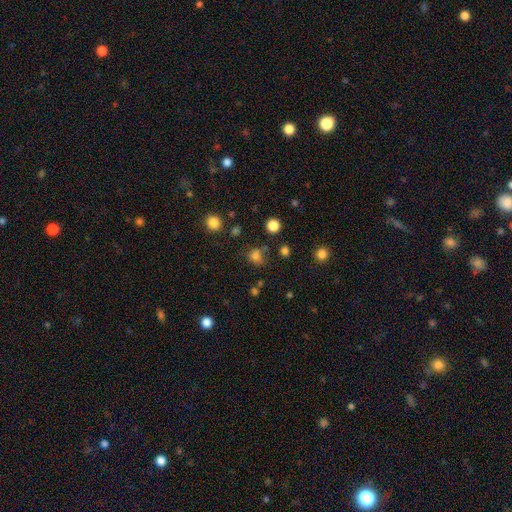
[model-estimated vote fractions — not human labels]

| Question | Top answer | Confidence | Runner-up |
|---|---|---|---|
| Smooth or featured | smooth | 75% | star or artifact (19%) |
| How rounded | round | 71% | in between (28%) |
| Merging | none | 69% | minor disturbance (15%) |